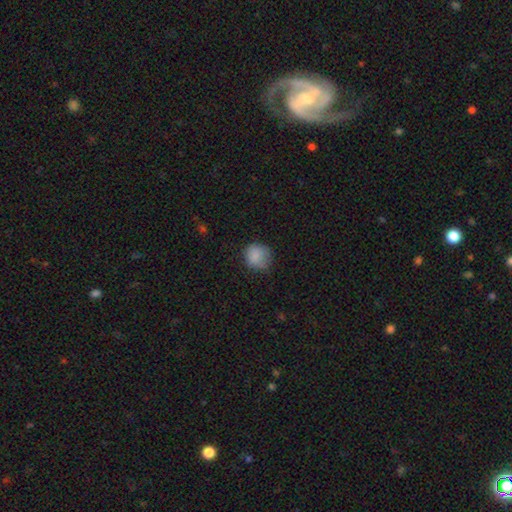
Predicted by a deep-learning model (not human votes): This is clearly a smooth galaxy (84%). How rounded: clearly round (86%). Merging: likely none (68%).